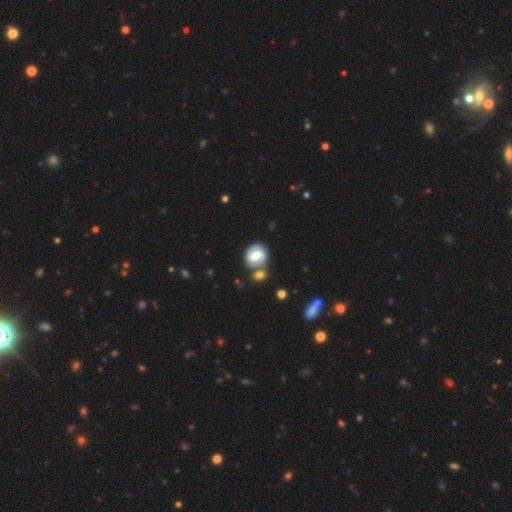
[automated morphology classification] Smooth or featured: featured or disk — 74% (smooth — 20%)
Edge-on disk: no — 97% (yes — 3%)
Bar: weak — 46% (strong — 34%)
Spiral arms: yes — 86% (no — 14%)
Spiral winding: tight — 46% (medium — 41%)
Spiral arm count: 2 — 86% (can't tell — 7%)
Bulge size: moderate — 66% (large — 17%)
Merging: none — 64% (merger — 17%)